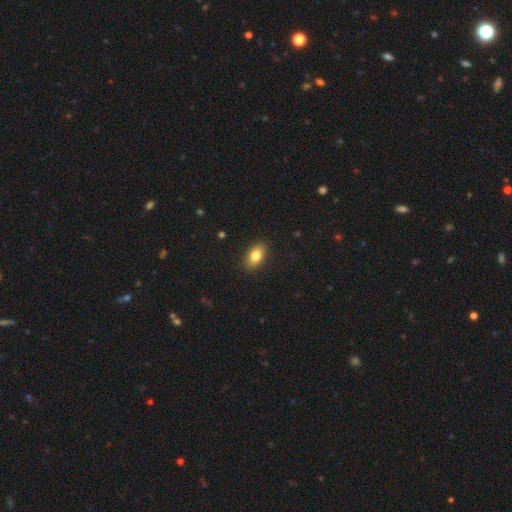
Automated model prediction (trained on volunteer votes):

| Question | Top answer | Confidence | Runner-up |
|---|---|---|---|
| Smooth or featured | smooth | 82% | featured or disk (10%) |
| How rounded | in between | 89% | round (7%) |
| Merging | none | 89% | minor disturbance (8%) |